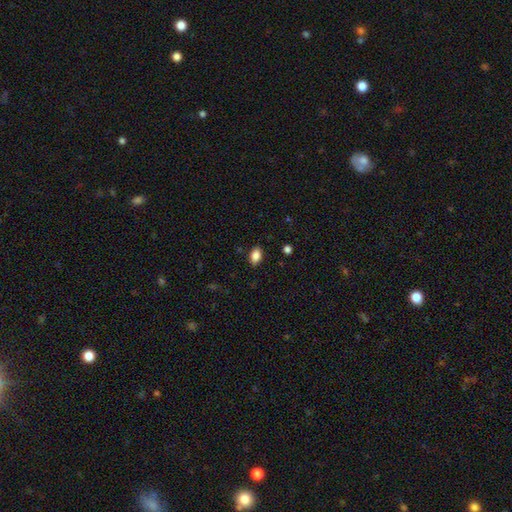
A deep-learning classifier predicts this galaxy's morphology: type=smooth (86%); roundness=in between (87%); merging=none (87%).